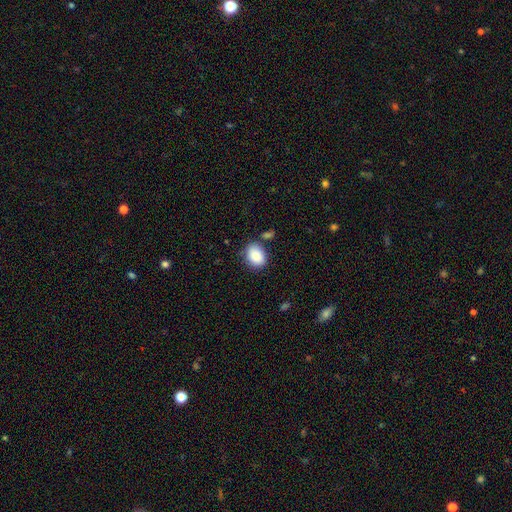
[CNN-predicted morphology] Overall: smooth (89%). How rounded: in between (72%). Merging: none (71%).